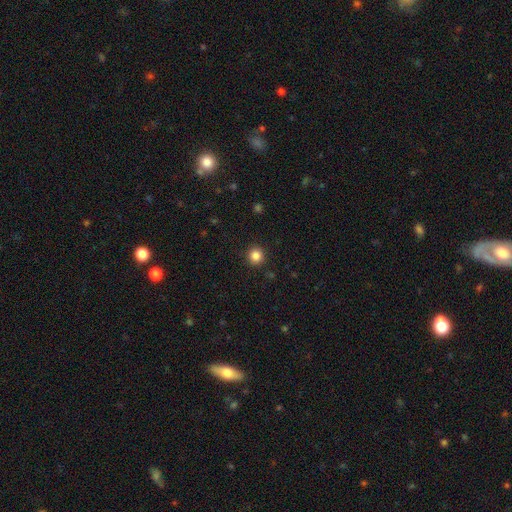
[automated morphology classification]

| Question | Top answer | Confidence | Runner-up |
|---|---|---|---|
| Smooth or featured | smooth | 85% | star or artifact (12%) |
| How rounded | round | 94% | in between (5%) |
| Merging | none | 92% | minor disturbance (5%) |